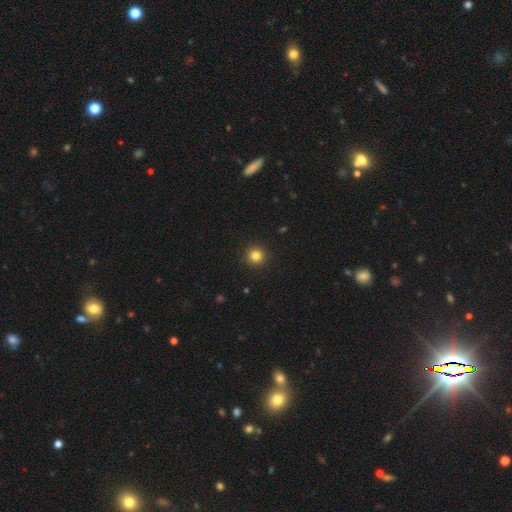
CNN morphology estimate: This is clearly a smooth galaxy (83%). How rounded: clearly round (95%). Merging: clearly none (93%).